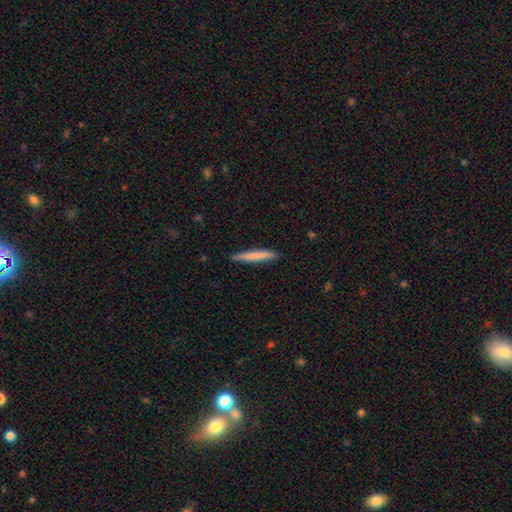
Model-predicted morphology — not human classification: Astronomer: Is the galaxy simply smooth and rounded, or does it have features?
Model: smooth — 73%.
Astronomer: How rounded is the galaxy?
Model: cigar-shaped — 96%.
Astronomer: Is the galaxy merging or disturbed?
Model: none — 90%.